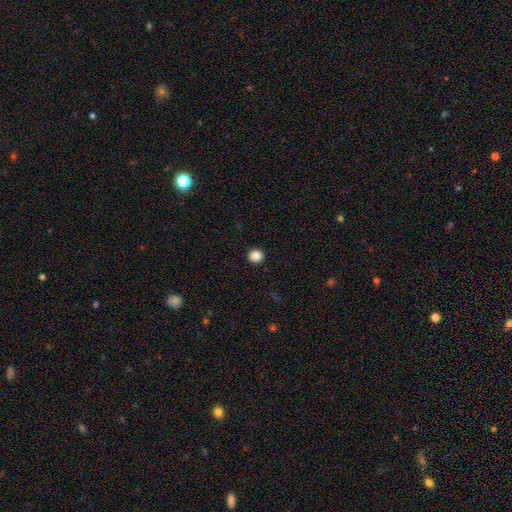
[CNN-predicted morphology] Smooth or featured?
  - smooth: 87% *
  - star or artifact: 10%
  - featured or disk: 3%
How rounded?
  - round: 89% *
  - in between: 10%
  - cigar-shaped: 1%
Merging?
  - none: 93% *
  - minor disturbance: 4%
  - major disturbance: 2%
  - merger: 1%